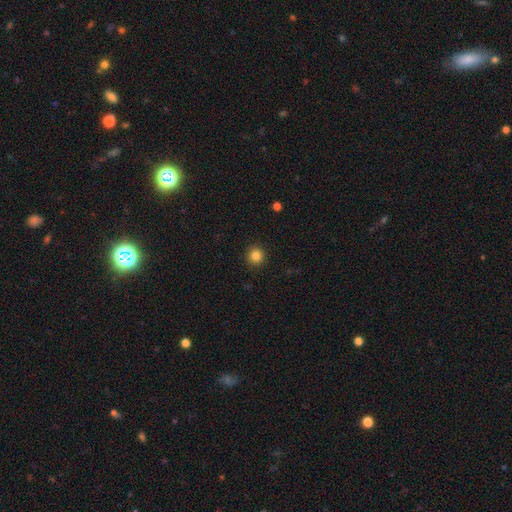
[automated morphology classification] Smooth or featured?
  - smooth: 84% *
  - star or artifact: 12%
  - featured or disk: 4%
How rounded?
  - round: 94% *
  - in between: 5%
  - cigar-shaped: 1%
Merging?
  - none: 92% *
  - minor disturbance: 6%
  - major disturbance: 2%
  - merger: 1%